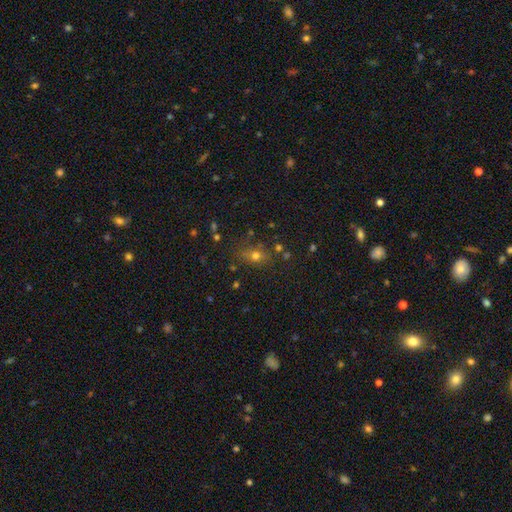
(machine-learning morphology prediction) smooth-or-featured: smooth: 63% | star or artifact: 24% | featured or disk: 13%
  how-rounded: in between: 49% | round: 47% | cigar-shaped: 4%
  merging: none: 73% | minor disturbance: 15% | merger: 6% | major disturbance: 6%